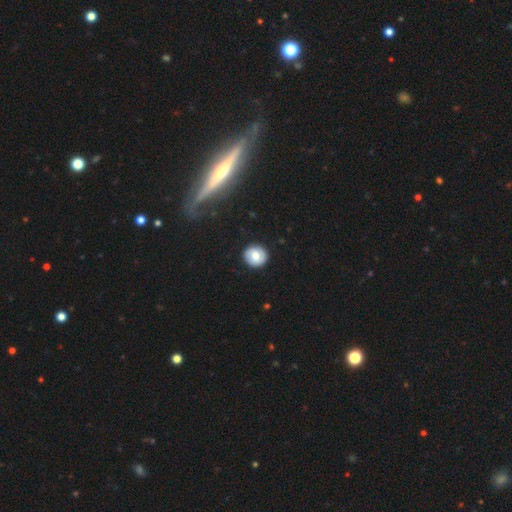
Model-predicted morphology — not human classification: A smooth galaxy with no disk features (71%) that is round (90%). Merging: none (89%).